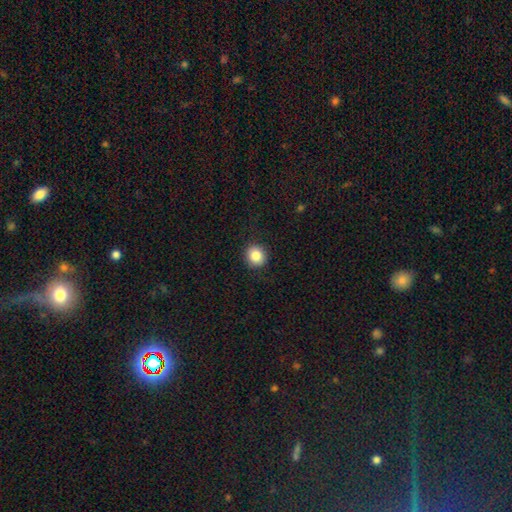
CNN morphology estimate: The model was most divided on "how rounded": round: 85%, in between: 14%, cigar-shaped: 1%. More confident: merging — none (91%); smooth or featured — smooth (85%).